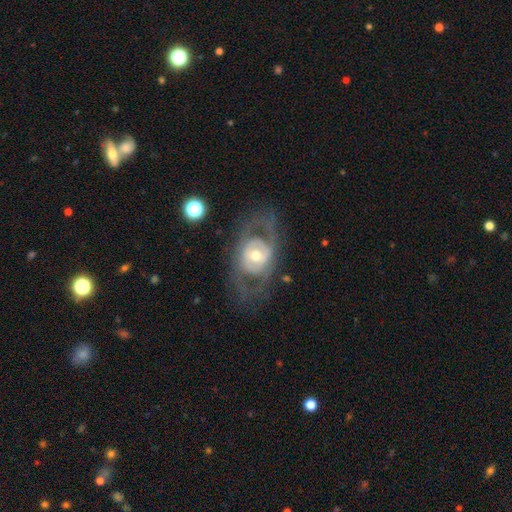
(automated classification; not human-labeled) This appears to be a featured or disk galaxy (74%) with no bar (64%), spiral arms (54%) and a moderate central bulge (67%). Merging: none (59%).